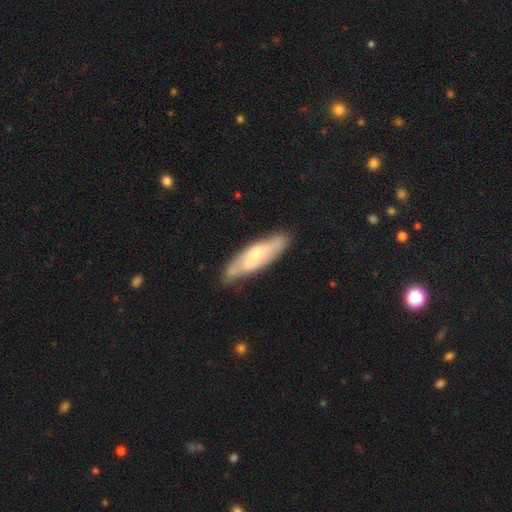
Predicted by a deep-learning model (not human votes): Smooth or featured: featured or disk — 57% (smooth — 37%)
Edge-on disk: no — 69% (yes — 31%)
Merging: none — 73% (minor disturbance — 19%)